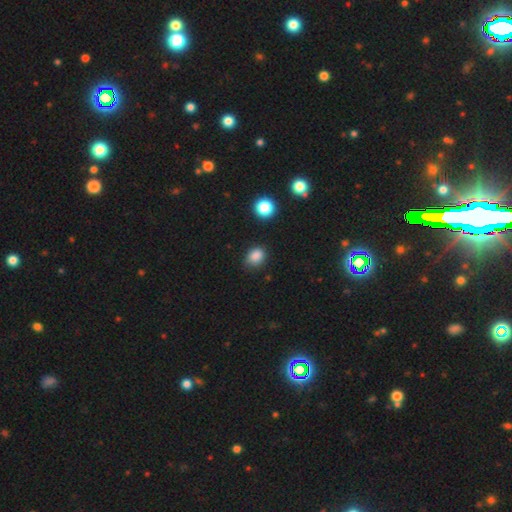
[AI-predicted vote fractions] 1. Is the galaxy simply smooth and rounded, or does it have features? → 84% smooth, 12% star or artifact, 4% featured or disk.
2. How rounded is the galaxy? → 51% in between, 48% round, 1% cigar-shaped.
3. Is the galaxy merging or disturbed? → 74% none, 20% minor disturbance, 4% major disturbance, 2% merger.